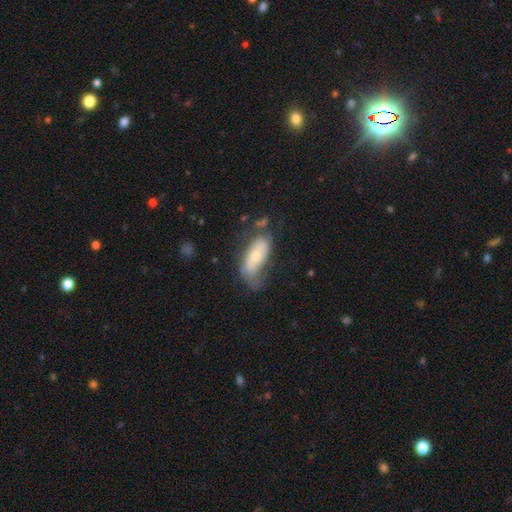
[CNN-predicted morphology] This appears to be a featured or disk galaxy (47%). Merging: none (40%).